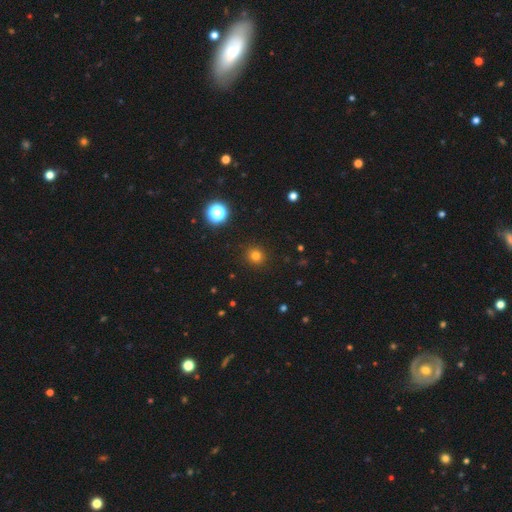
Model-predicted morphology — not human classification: smooth_or_featured: smooth (p=0.78) [alt: star or artifact p=0.17]
how_rounded: round (p=0.92) [alt: in between p=0.07]
merging: none (p=0.92) [alt: minor disturbance p=0.05]